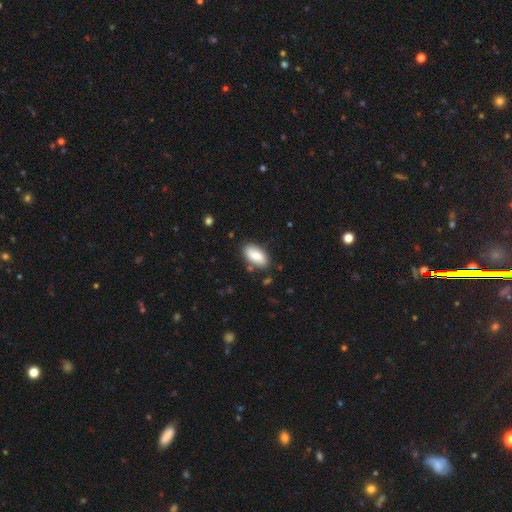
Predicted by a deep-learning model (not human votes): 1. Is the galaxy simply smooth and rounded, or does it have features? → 82% smooth, 11% featured or disk, 6% star or artifact.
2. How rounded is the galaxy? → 93% in between, 4% cigar-shaped, 3% round.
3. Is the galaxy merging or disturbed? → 81% none, 14% minor disturbance, 3% major disturbance, 3% merger.